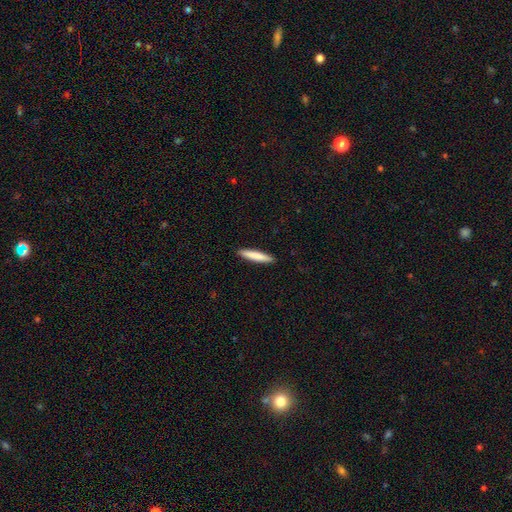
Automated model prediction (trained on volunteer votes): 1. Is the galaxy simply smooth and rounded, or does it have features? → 81% smooth, 14% featured or disk, 5% star or artifact.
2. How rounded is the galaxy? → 93% cigar-shaped, 6% in between, 1% round.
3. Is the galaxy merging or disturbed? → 92% none, 6% minor disturbance, 1% major disturbance, 1% merger.